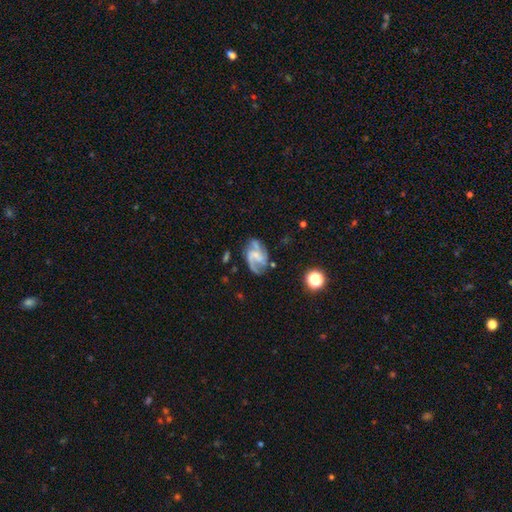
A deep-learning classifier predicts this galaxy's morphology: type=featured or disk (79%); edge-on=no (98%); bar=weak (45%); spiral arms=yes (93%); winding=medium (49%); arm count=2 (64%); bulge=small (40%); merging=none (58%).